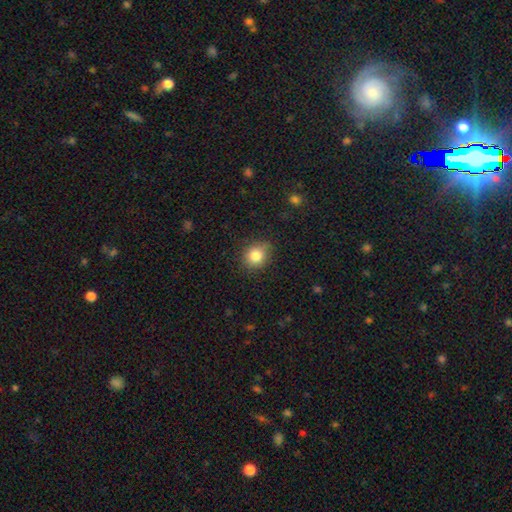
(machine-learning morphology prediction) A smooth galaxy with no disk features (83%) that is round (78%). Merging: none (77%).